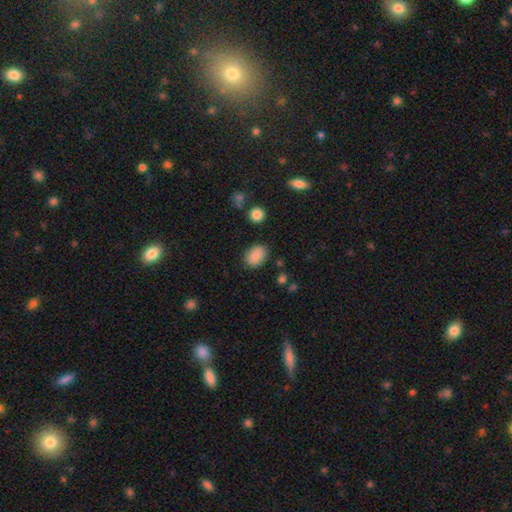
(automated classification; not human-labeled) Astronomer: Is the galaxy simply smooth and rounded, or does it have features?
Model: smooth — 87%.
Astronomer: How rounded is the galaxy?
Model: in between — 79%.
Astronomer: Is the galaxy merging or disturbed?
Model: none — 82%.